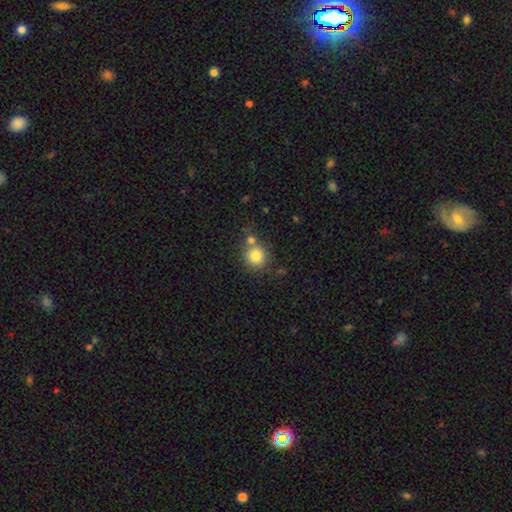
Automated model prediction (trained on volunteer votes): A smooth galaxy with no disk features (82%) that is round (90%).

Vote fractions:
- Smooth or featured? smooth: 82% / star or artifact: 11% / featured or disk: 8%
- How rounded? round: 90% / in between: 9% / cigar-shaped: 1%
- Merging? none: 62% / merger: 24% / minor disturbance: 10% / major disturbance: 4%